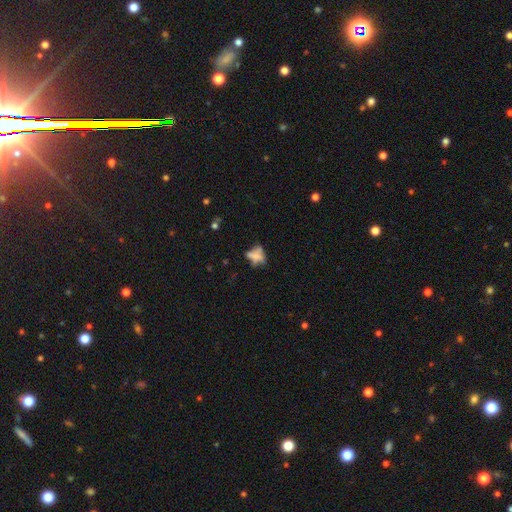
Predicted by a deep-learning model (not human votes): Smooth or featured? smooth (48%)
Merging? none (44%)